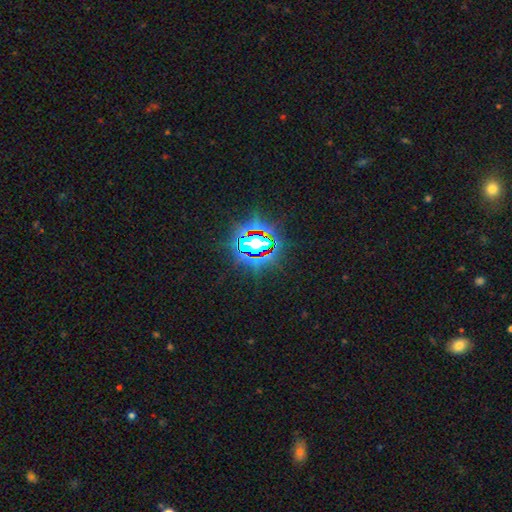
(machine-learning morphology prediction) Smooth or featured? Predicted: star or artifact (p=0.83).